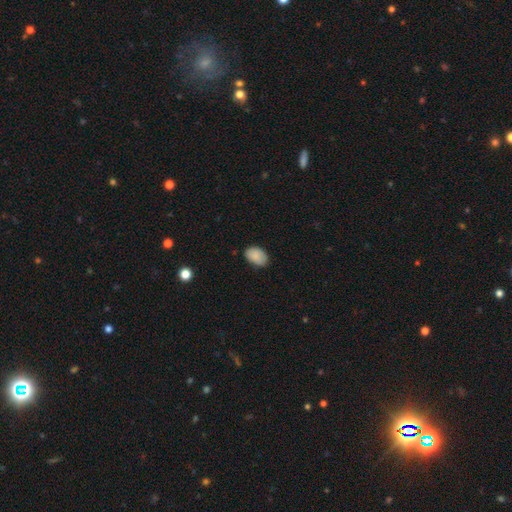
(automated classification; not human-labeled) Morphology: type=smooth (87%); roundness=in between (87%); merging=none (78%).